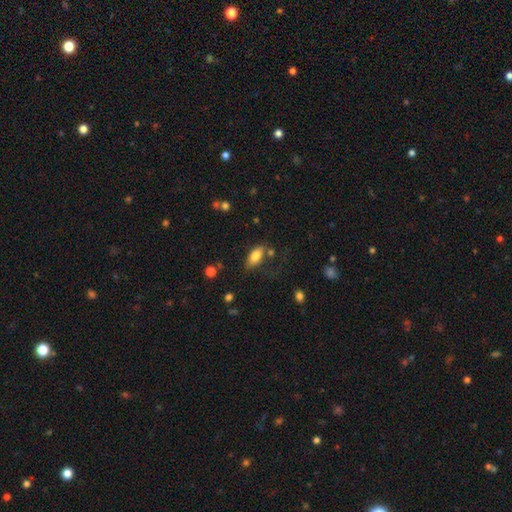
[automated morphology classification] type=smooth (80%); roundness=in between (88%); merging=none (63%).